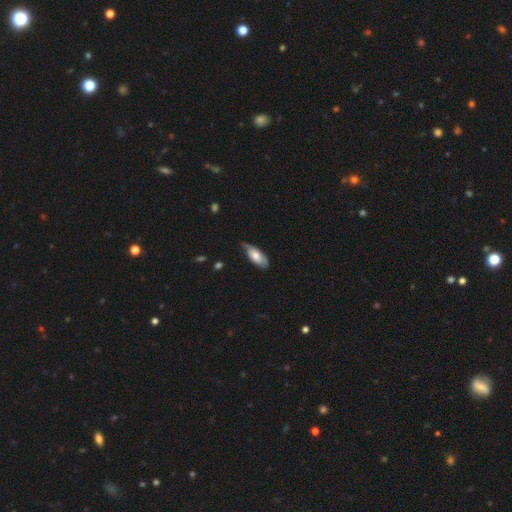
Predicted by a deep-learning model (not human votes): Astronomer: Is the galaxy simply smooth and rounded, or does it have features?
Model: smooth — 58% (runner-up: featured or disk, 36%).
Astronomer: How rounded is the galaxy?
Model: in between — 84%.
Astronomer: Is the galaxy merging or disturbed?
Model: none — 57% (runner-up: minor disturbance, 34%).